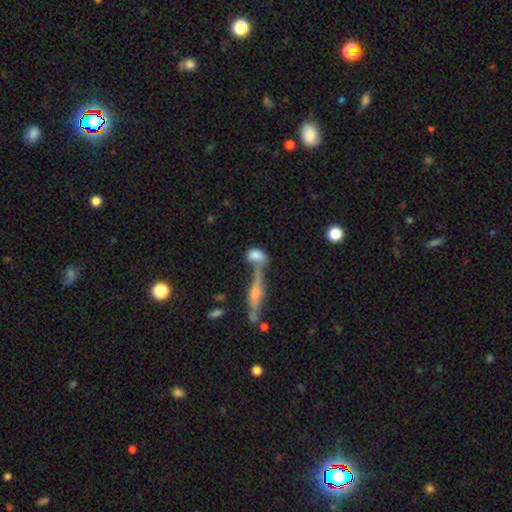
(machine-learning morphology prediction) The model was most divided on "merging": merger: 45%, none: 33%, minor disturbance: 13%, major disturbance: 9%. More confident: how rounded — in between (79%); smooth or featured — smooth (71%).